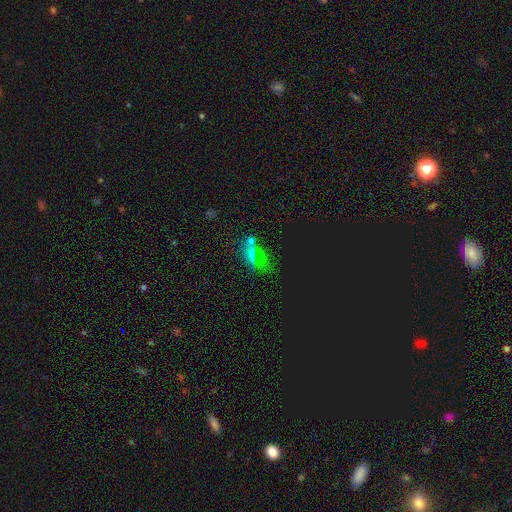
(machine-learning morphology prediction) Smooth or featured? star or artifact (45%)